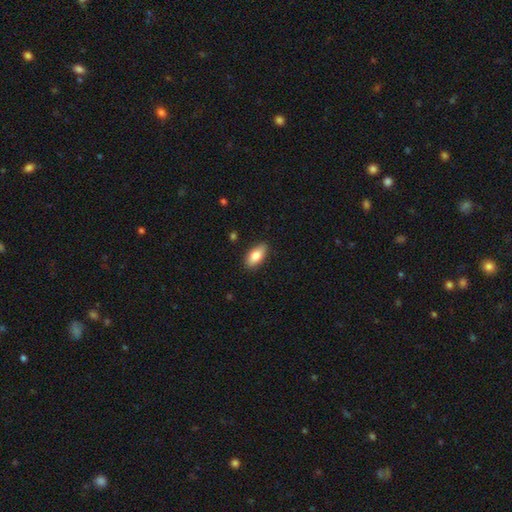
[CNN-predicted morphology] This is clearly a smooth galaxy (82%). How rounded: clearly in between (88%). Merging: clearly none (88%).